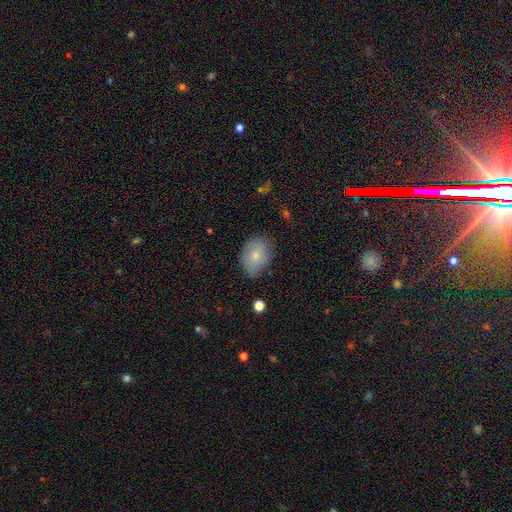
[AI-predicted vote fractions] Smooth or featured? smooth (72%)
How rounded? in between (76%)
Merging? none (71%)